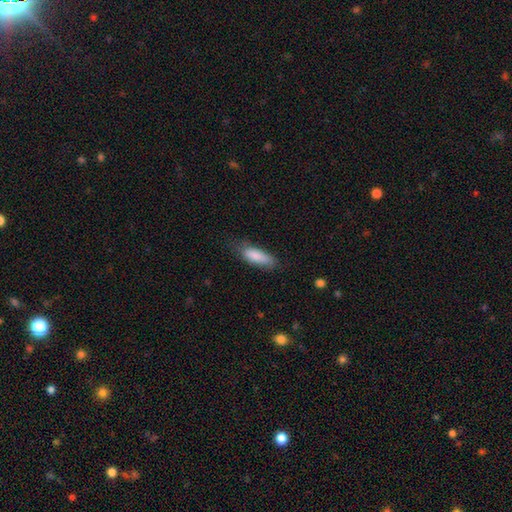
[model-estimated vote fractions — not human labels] This is clearly a smooth galaxy (84%). How rounded: likely in between (64%). Merging: likely none (62%).